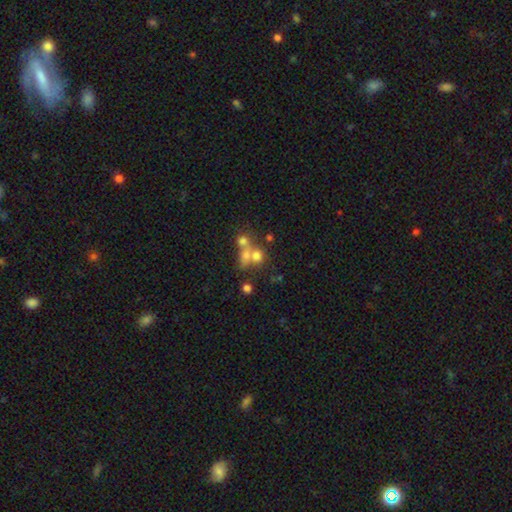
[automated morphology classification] This appears to be a smooth galaxy with no disk features (60%) that is round (71%). Merging: merger (50%).